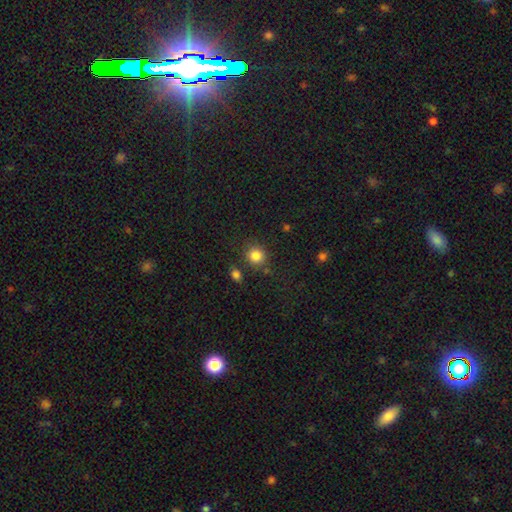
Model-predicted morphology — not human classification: Overall: smooth (84%). How rounded: round (87%). Merging: none (79%).